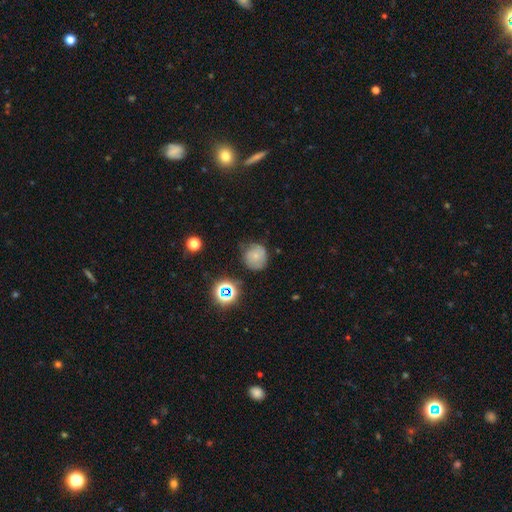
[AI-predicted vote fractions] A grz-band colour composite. It shows a smooth galaxy with no disk features (63%) that is round (88%). Merging: none (63%).